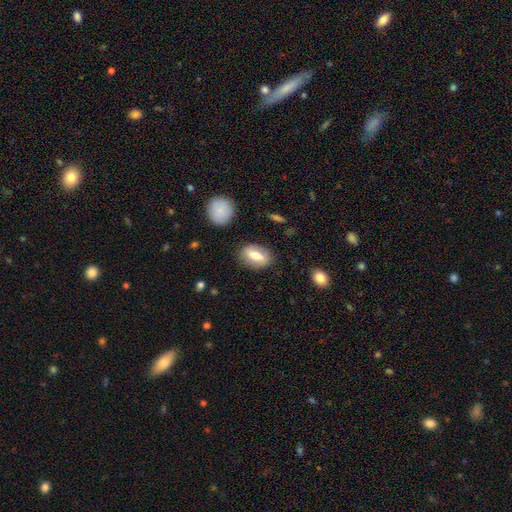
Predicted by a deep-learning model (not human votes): Overall: smooth (64%; featured or disk 29%). How rounded: in between (84%). Merging: none (83%).